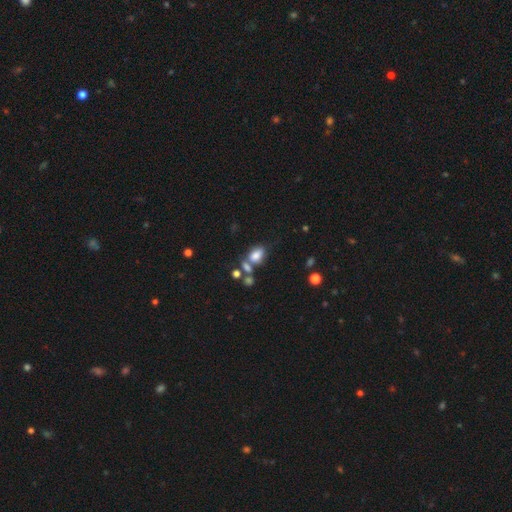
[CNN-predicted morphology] type=smooth (77%); roundness=in between (81%); merging=none (43%).